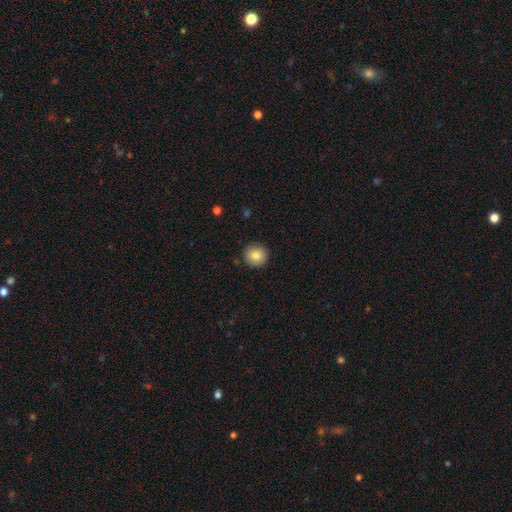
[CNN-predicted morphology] This is clearly a smooth galaxy (85%). How rounded: clearly round (93%). Merging: clearly none (90%).